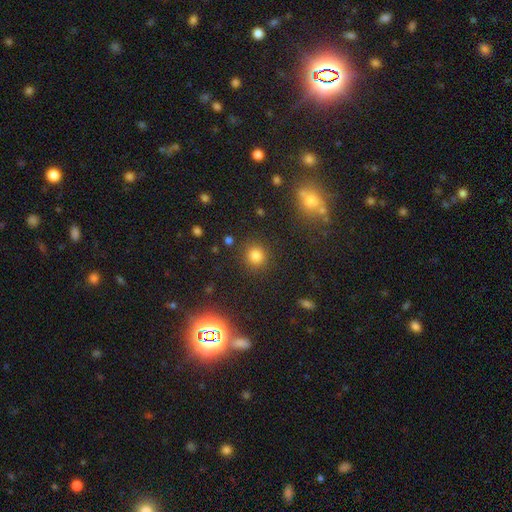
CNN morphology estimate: This is likely a smooth galaxy (78%). How rounded: clearly round (89%). Merging: clearly none (87%).